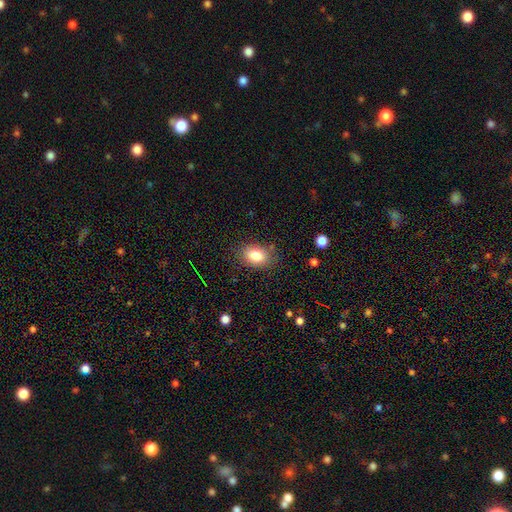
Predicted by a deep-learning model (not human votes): Smooth or featured? Predicted: smooth (p=0.84). How rounded? Predicted: in between (p=0.79). Merging? Predicted: none (p=0.81).